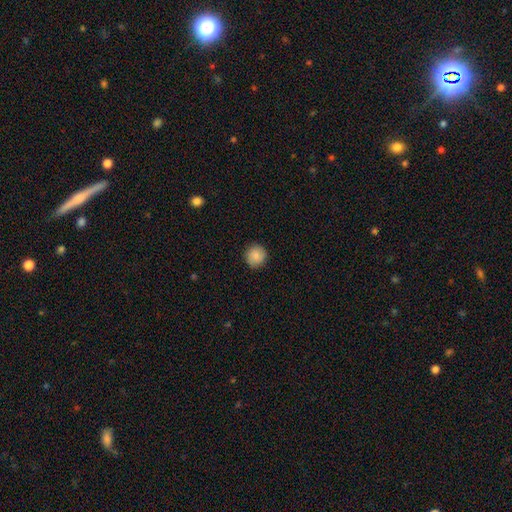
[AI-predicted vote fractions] smooth_or_featured: smooth (p=0.87) [alt: star or artifact p=0.08]
how_rounded: round (p=0.94) [alt: in between p=0.05]
merging: none (p=0.91) [alt: minor disturbance p=0.07]